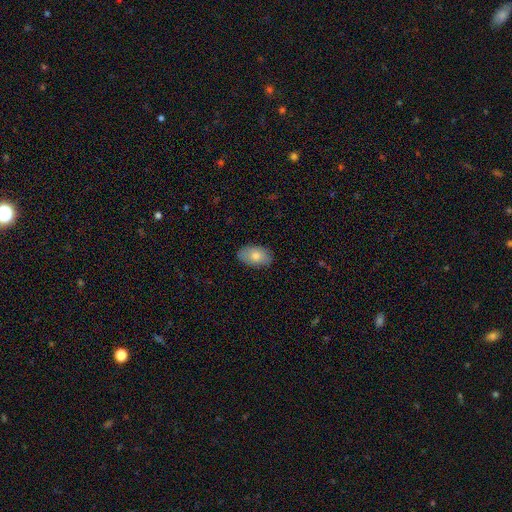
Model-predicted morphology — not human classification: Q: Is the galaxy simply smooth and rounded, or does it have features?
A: smooth — 78%.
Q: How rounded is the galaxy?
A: in between — 92%.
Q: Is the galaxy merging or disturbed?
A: none — 86%.